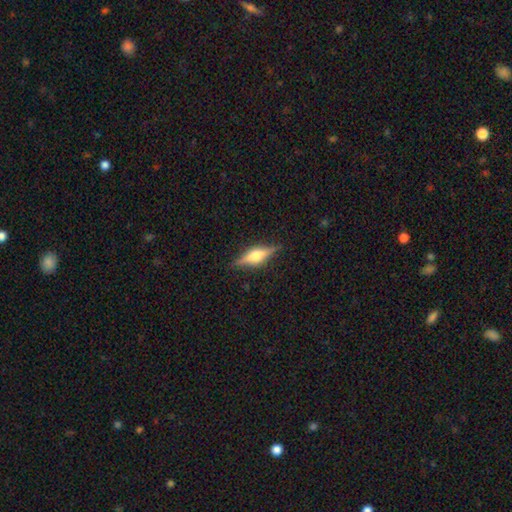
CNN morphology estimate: The model was most divided on "smooth or featured": featured or disk: 69%, smooth: 24%, star or artifact: 7%. More confident: edge-on disk — yes (96%); edge-on bulge — rounded (89%); merging — none (87%).